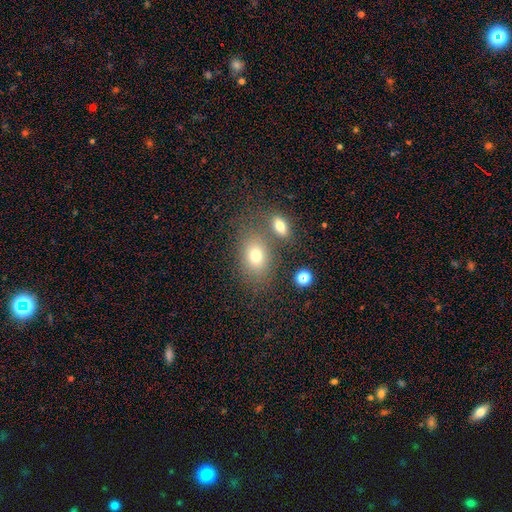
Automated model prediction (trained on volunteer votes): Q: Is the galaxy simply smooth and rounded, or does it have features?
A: smooth — 73%.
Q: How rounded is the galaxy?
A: in between — 71%.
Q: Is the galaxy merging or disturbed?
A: none — 66%.